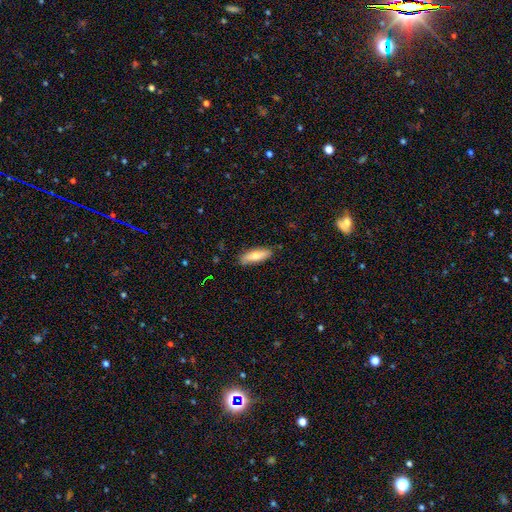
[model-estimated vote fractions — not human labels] This appears to be a smooth galaxy with no disk features (71%) that is in between round and cigar-shaped (49%, tied with cigar-shaped). Merging: none (84%).